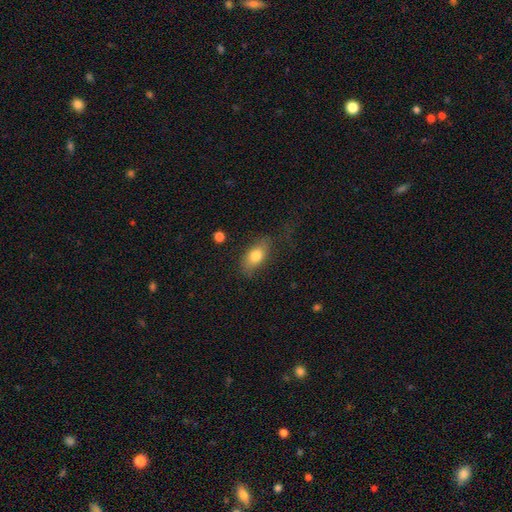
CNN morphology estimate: This is likely a smooth galaxy (77%). How rounded: clearly in between (85%). Merging: likely none (67%).